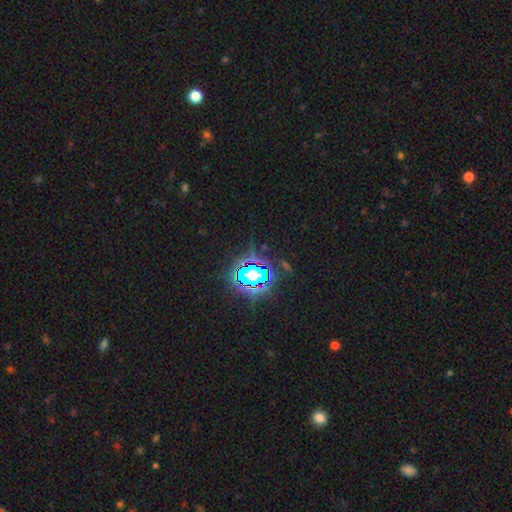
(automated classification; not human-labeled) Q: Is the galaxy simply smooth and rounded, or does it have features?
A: star or artifact — 81%.